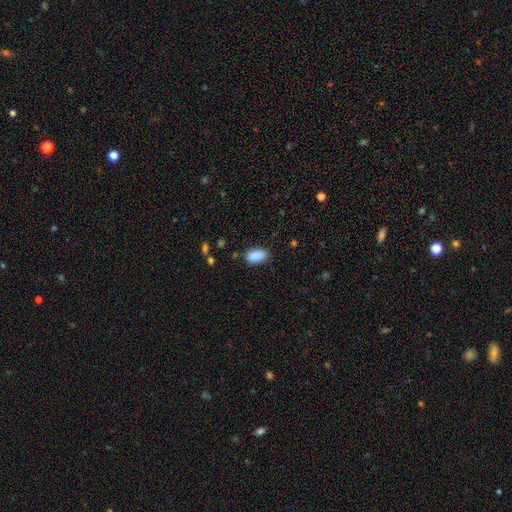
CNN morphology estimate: smooth_or_featured: smooth (p=0.90) [alt: star or artifact p=0.07]
how_rounded: in between (p=0.93) [alt: cigar-shaped p=0.04]
merging: none (p=0.85) [alt: minor disturbance p=0.11]